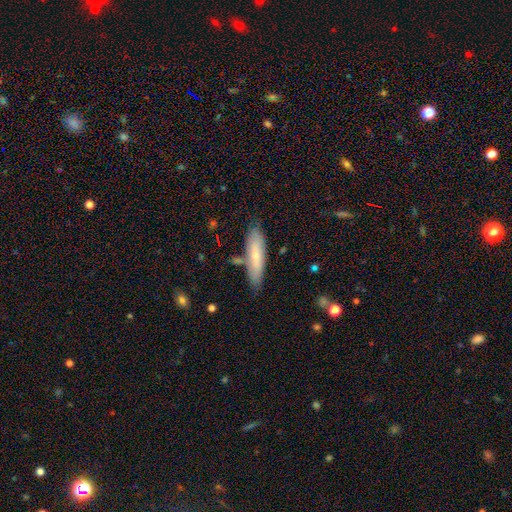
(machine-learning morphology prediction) smooth-or-featured: smooth: 68% | featured or disk: 26% | star or artifact: 6%
  how-rounded: cigar-shaped: 71% | in between: 27% | round: 1%
  merging: none: 78% | minor disturbance: 15% | merger: 5% | major disturbance: 3%